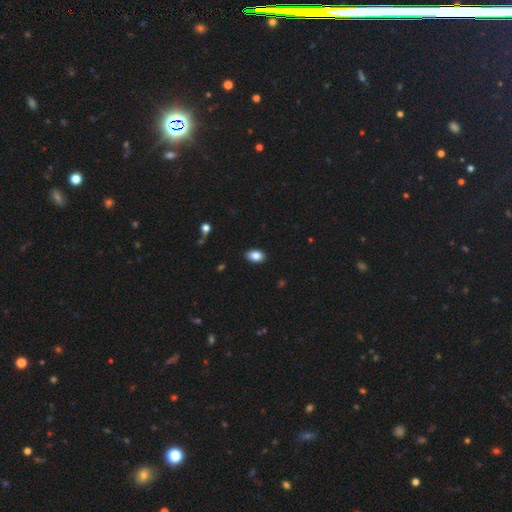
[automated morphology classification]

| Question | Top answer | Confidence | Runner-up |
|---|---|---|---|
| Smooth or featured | smooth | 86% | star or artifact (8%) |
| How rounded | in between | 89% | round (9%) |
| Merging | none | 88% | minor disturbance (9%) |